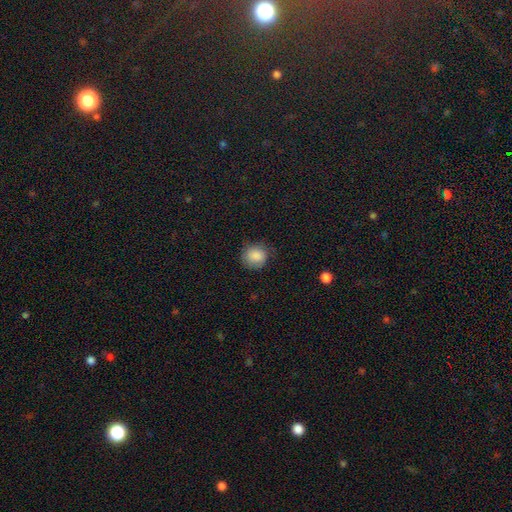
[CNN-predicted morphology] smooth-or-featured: smooth: 87% | star or artifact: 8% | featured or disk: 5%
  how-rounded: round: 84% | in between: 15% | cigar-shaped: 1%
  merging: none: 74% | minor disturbance: 19% | major disturbance: 5% | merger: 1%